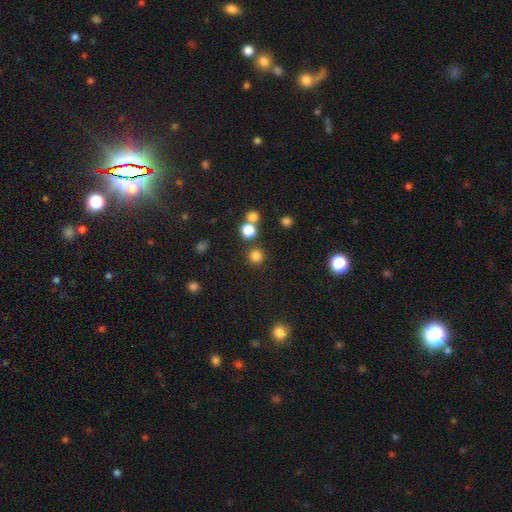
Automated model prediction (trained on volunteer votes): Smooth or featured?
  - smooth: 79% *
  - star or artifact: 16%
  - featured or disk: 4%
How rounded?
  - round: 93% *
  - in between: 6%
  - cigar-shaped: 1%
Merging?
  - none: 82% *
  - merger: 9%
  - minor disturbance: 6%
  - major disturbance: 3%